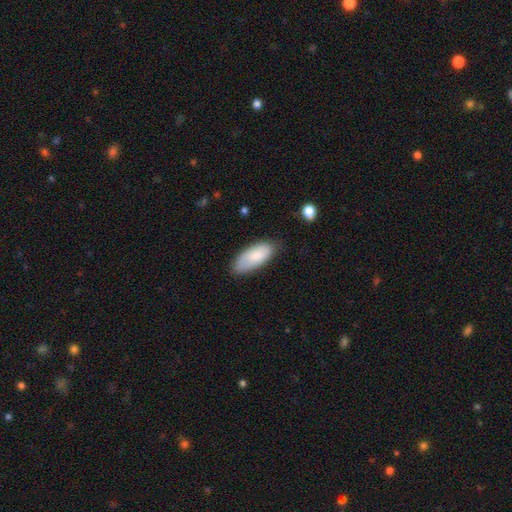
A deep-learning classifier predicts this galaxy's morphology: Smooth or featured?
  - smooth: 80% *
  - featured or disk: 14%
  - star or artifact: 6%
How rounded?
  - in between: 87% *
  - cigar-shaped: 11%
  - round: 2%
Merging?
  - none: 75% *
  - minor disturbance: 20%
  - major disturbance: 4%
  - merger: 2%